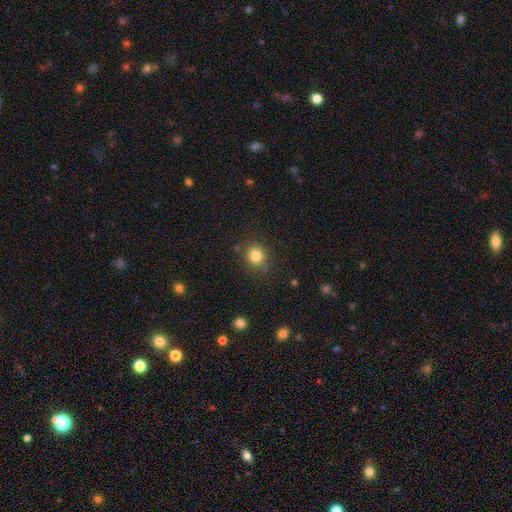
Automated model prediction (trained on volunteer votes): Overall: smooth (83%). How rounded: round (84%). Merging: none (78%).